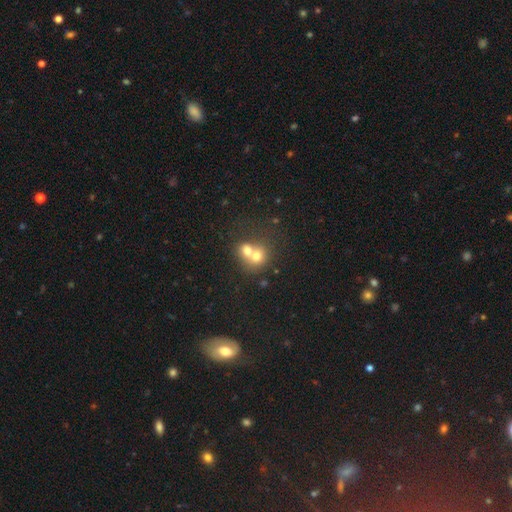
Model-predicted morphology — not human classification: Smooth or featured: smooth — 66% (featured or disk — 22%)
How rounded: round — 69% (in between — 30%)
Merging: merger — 69% (none — 24%)